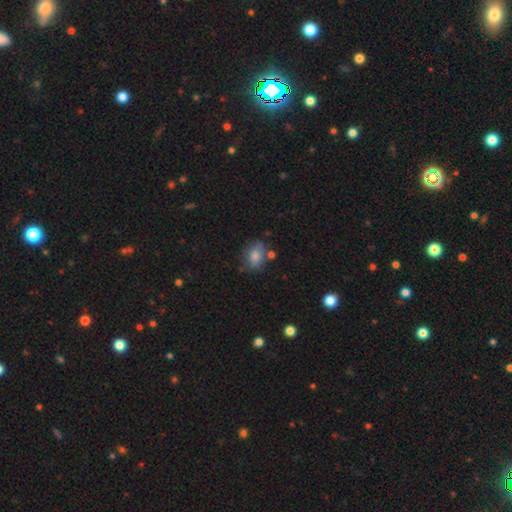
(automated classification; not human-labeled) A smooth galaxy with no disk features (73%) that is in between round and cigar-shaped (65%).

Vote fractions:
- Smooth or featured? smooth: 73% / featured or disk: 16% / star or artifact: 11%
- How rounded? in between: 65% / round: 33% / cigar-shaped: 2%
- Merging? none: 66% / minor disturbance: 21% / merger: 8% / major disturbance: 6%